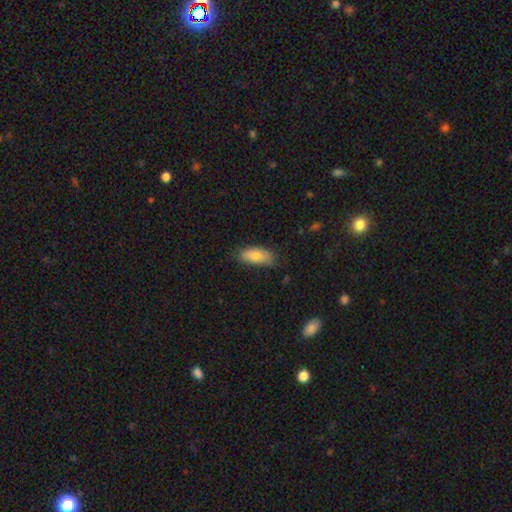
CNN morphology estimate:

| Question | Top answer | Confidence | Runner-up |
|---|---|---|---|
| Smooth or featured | smooth | 82% | featured or disk (12%) |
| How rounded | in between | 85% | cigar-shaped (13%) |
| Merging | none | 76% | minor disturbance (19%) |